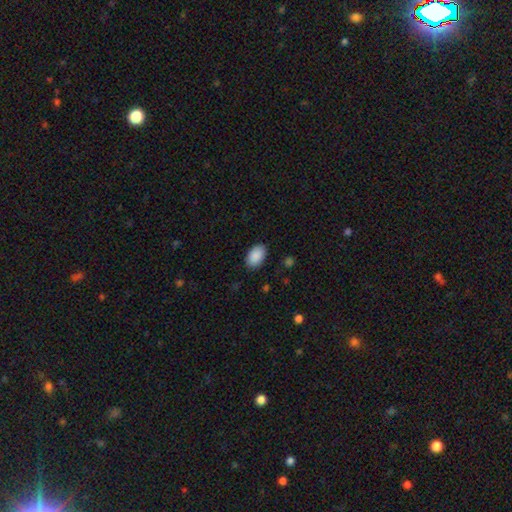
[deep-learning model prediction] This appears to be a smooth galaxy with no disk features (91%) that is in between round and cigar-shaped (93%). Merging: none (88%).